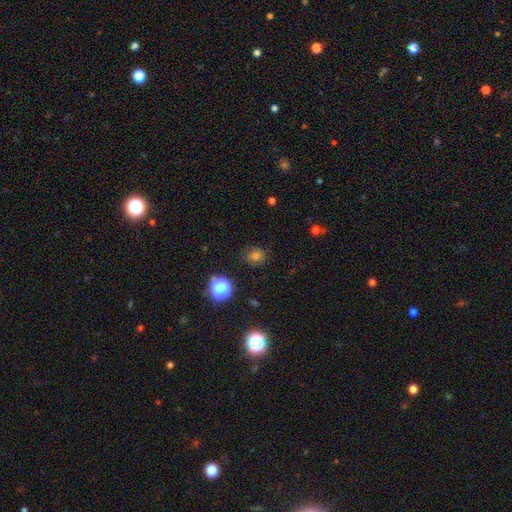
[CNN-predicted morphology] smooth 70%, star or artifact 21%, featured or disk 9%. Down the decision tree: how rounded — round (84%); merging — none (82%).